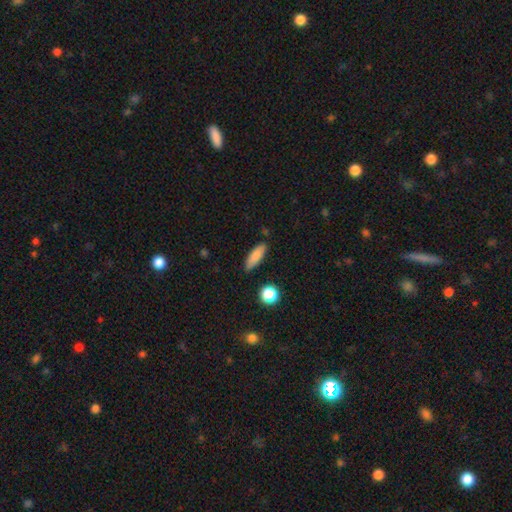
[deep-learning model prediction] This appears to be a smooth galaxy with no disk features (81%) that is in between round and cigar-shaped (59%). Merging: none (82%).